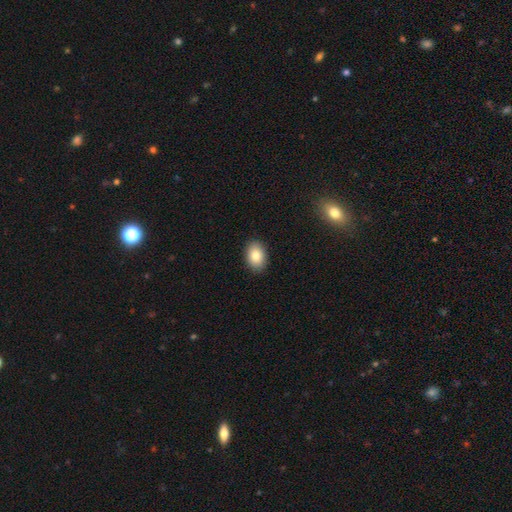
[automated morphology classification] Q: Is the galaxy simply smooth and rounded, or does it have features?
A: smooth — 86%.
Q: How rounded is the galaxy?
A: in between — 85%.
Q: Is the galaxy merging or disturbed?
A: none — 89%.